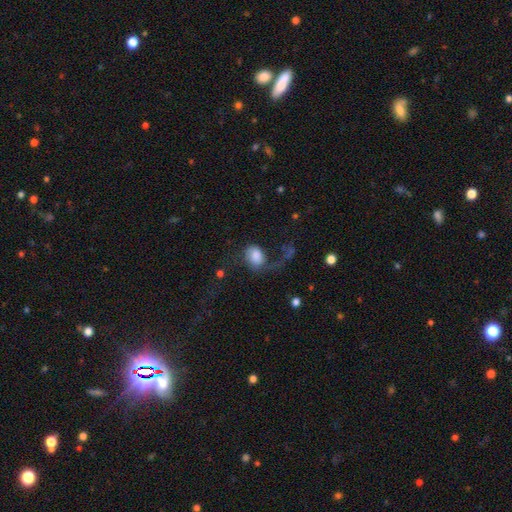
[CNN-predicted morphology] smooth 68%, featured or disk 24%, star or artifact 8%. Down the decision tree: how rounded — in between (58%); merging — major disturbance (50%).